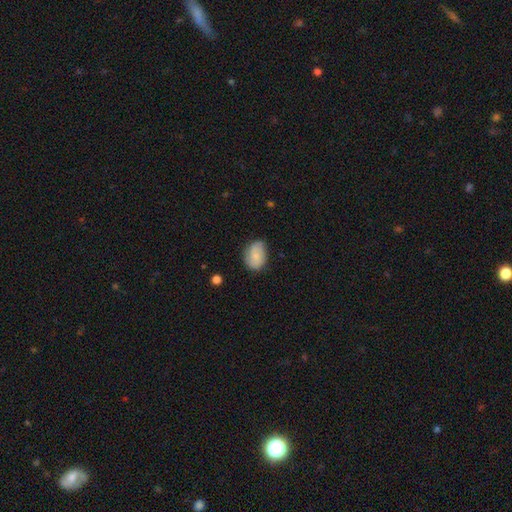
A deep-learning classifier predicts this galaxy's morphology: This is likely a smooth galaxy (69%). How rounded: likely in between (76%). Merging: likely none (70%).